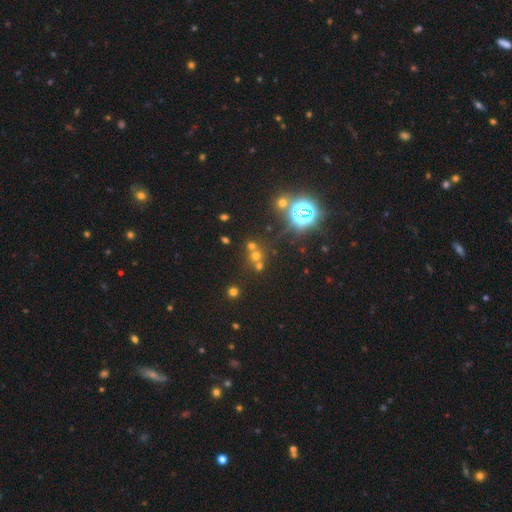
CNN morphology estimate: type=smooth (44%); merging=none (55%).